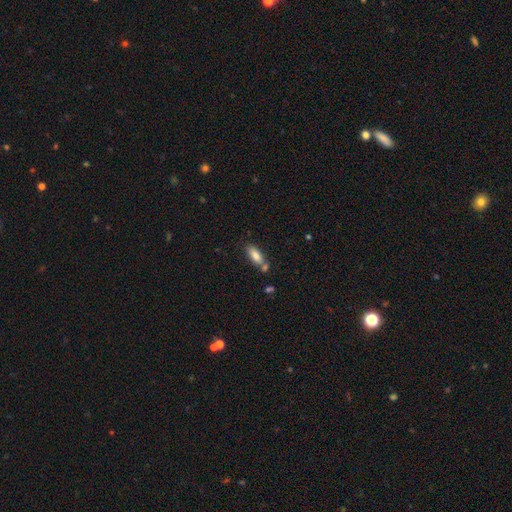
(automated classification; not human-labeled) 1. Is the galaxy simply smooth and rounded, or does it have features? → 83% smooth, 10% featured or disk, 7% star or artifact.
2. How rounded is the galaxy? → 75% in between, 23% cigar-shaped, 2% round.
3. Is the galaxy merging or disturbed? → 60% none, 21% merger, 15% minor disturbance, 4% major disturbance.